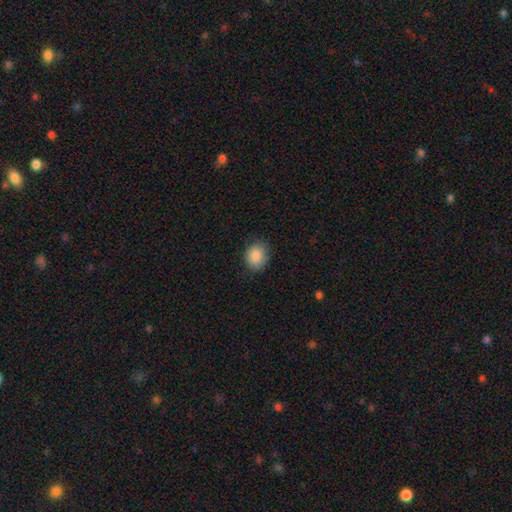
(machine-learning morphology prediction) Overall: smooth (89%). How rounded: round (54%; in between 45%). Merging: none (82%).